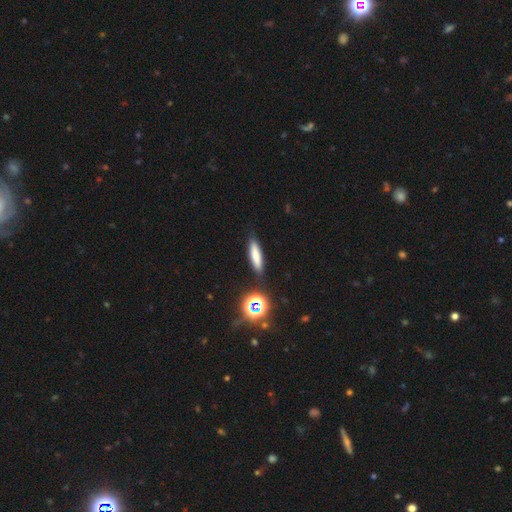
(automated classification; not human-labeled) Overall: smooth (74%). How rounded: cigar-shaped (75%). Merging: none (85%).